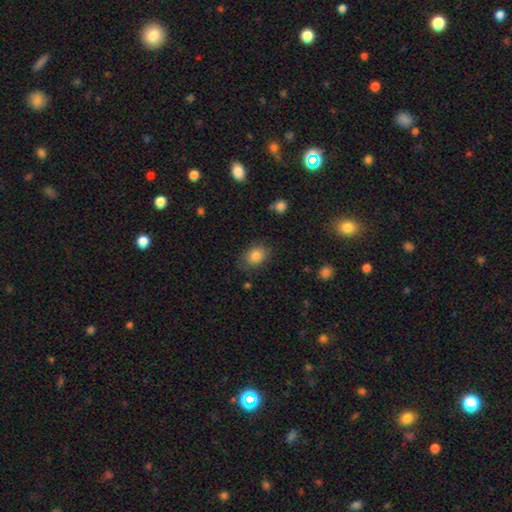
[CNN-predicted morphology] Smooth or featured?
  - smooth: 82% *
  - star or artifact: 9%
  - featured or disk: 9%
How rounded?
  - in between: 61% *
  - round: 38%
  - cigar-shaped: 1%
Merging?
  - none: 74% *
  - minor disturbance: 19%
  - major disturbance: 6%
  - merger: 2%